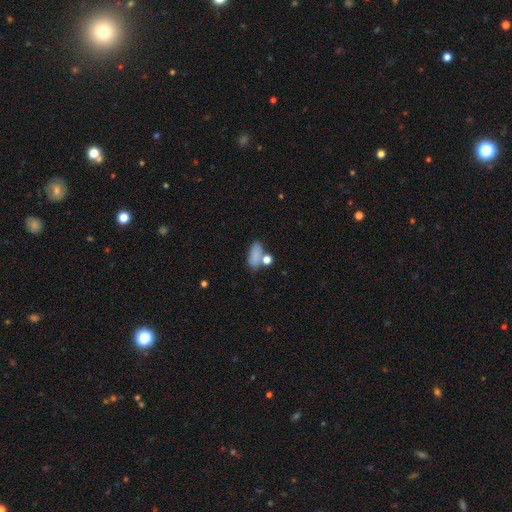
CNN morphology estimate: This appears to be a smooth galaxy with no disk features (80%) that is in between round and cigar-shaped (81%). Merging: none (54%).